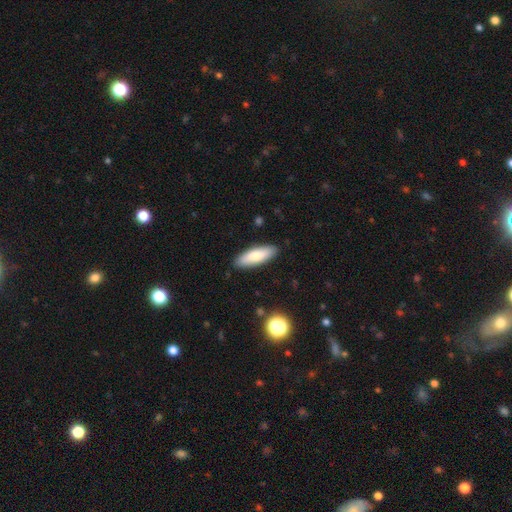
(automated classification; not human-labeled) smooth-or-featured: smooth: 77% | featured or disk: 17% | star or artifact: 6%
  how-rounded: in between: 55% | cigar-shaped: 43% | round: 2%
  merging: none: 89% | minor disturbance: 8% | major disturbance: 2% | merger: 1%